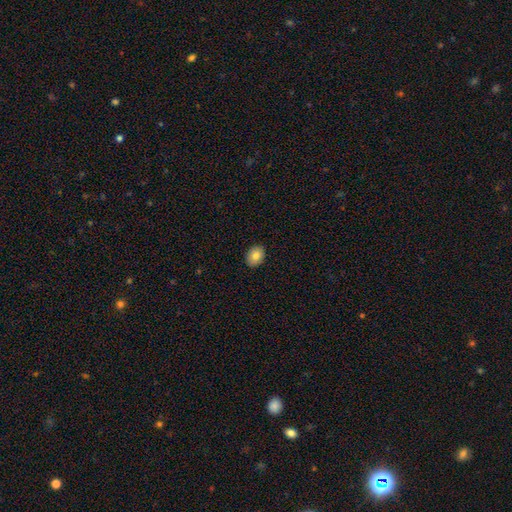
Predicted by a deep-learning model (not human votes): smooth-or-featured: smooth: 81% | featured or disk: 10% | star or artifact: 8%
  how-rounded: in between: 56% | round: 43% | cigar-shaped: 1%
  merging: none: 90% | minor disturbance: 7% | major disturbance: 2% | merger: 1%